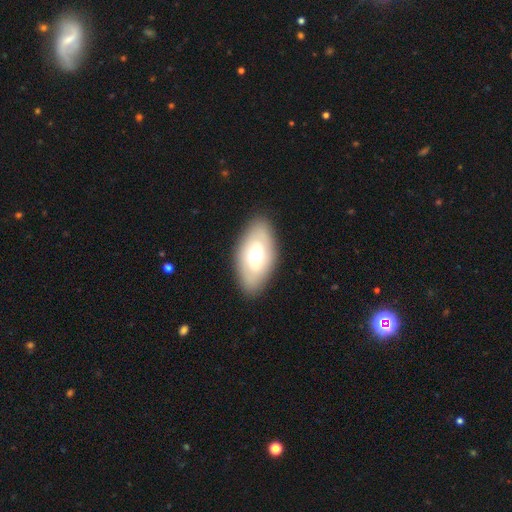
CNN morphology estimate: The model was most divided on "smooth or featured": smooth: 64%, featured or disk: 30%, star or artifact: 6%. More confident: how rounded — in between (93%); merging — none (85%).